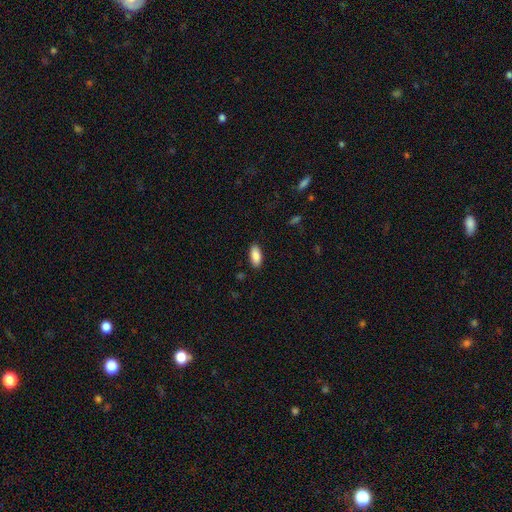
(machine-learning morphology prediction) smooth-or-featured: smooth: 89% | star or artifact: 6% | featured or disk: 5%
  how-rounded: in between: 86% | cigar-shaped: 12% | round: 2%
  merging: none: 89% | minor disturbance: 8% | major disturbance: 2% | merger: 1%